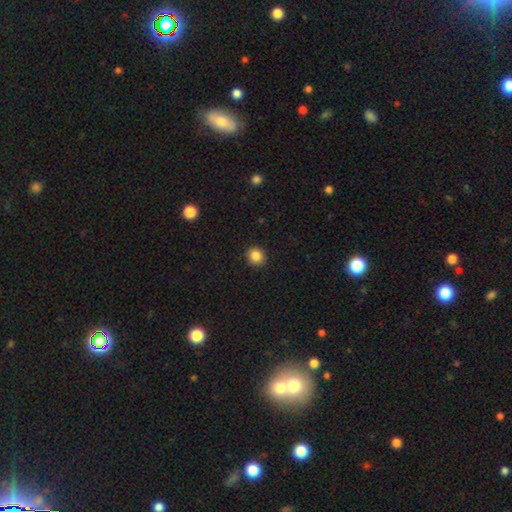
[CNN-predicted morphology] Smooth or featured: smooth — 85% (star or artifact — 10%)
How rounded: round — 89% (in between — 10%)
Merging: none — 92% (minor disturbance — 5%)